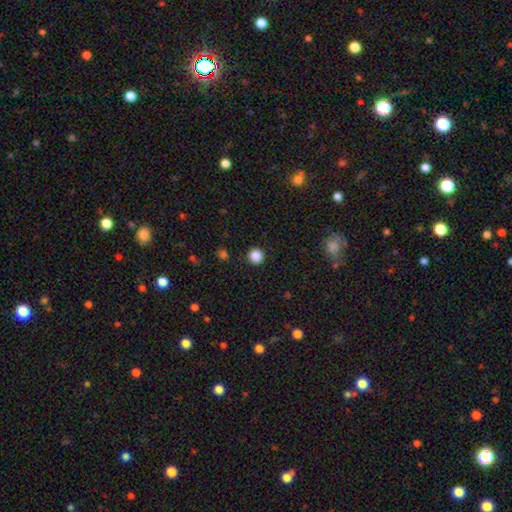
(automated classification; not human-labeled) smooth-or-featured: smooth: 86% | star or artifact: 11% | featured or disk: 3%
  how-rounded: round: 94% | in between: 5% | cigar-shaped: 1%
  merging: none: 92% | minor disturbance: 5% | major disturbance: 2% | merger: 1%